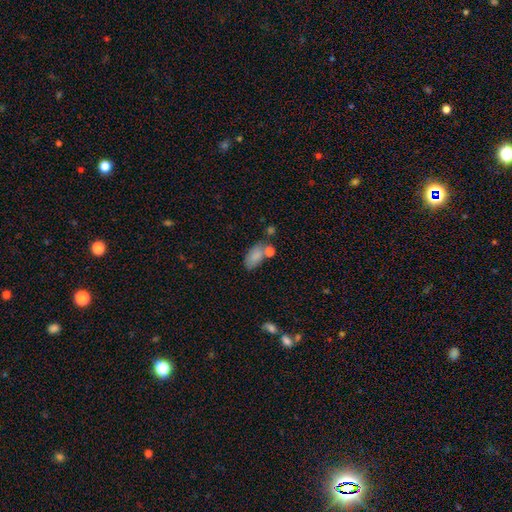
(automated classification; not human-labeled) Smooth or featured? smooth (83%)
How rounded? in between (92%)
Merging? none (51%)